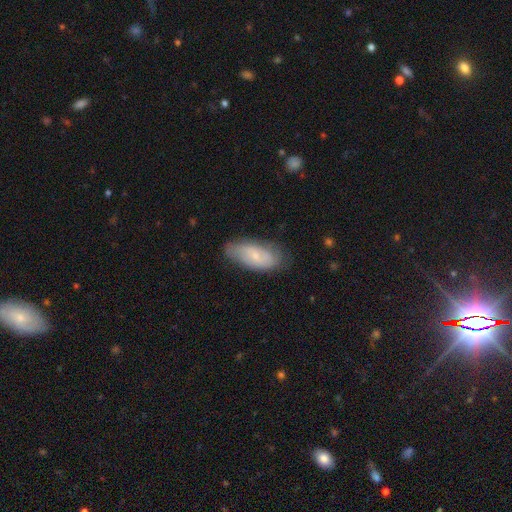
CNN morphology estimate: type=smooth (52%); roundness=in between (86%); merging=none (69%).